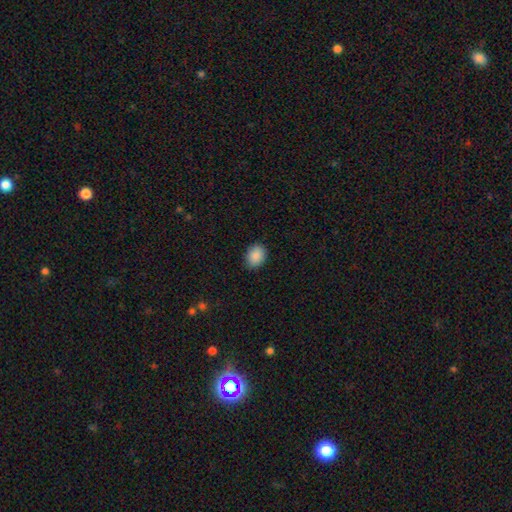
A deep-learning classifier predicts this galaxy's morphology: Smooth or featured? Predicted: smooth (p=0.89). How rounded? Predicted: in between (p=0.60). Merging? Predicted: none (p=0.86).